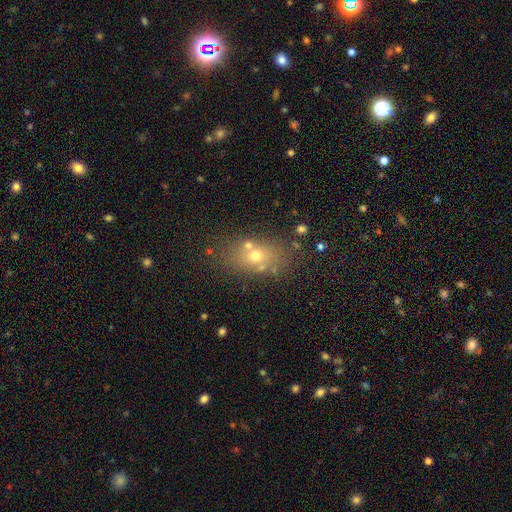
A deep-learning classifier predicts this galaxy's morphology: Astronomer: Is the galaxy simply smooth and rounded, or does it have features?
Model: smooth — 60%.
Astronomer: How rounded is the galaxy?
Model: in between — 65%.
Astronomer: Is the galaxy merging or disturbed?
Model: none — 63%.